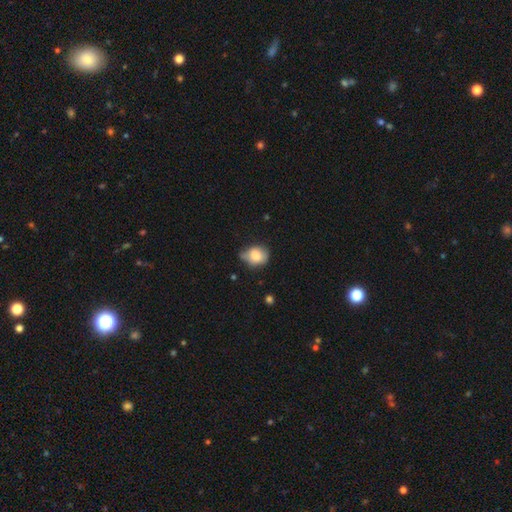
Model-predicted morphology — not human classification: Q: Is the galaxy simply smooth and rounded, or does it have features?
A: smooth — 77%.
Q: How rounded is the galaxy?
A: round — 59%.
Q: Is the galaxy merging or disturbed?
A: none — 50%.